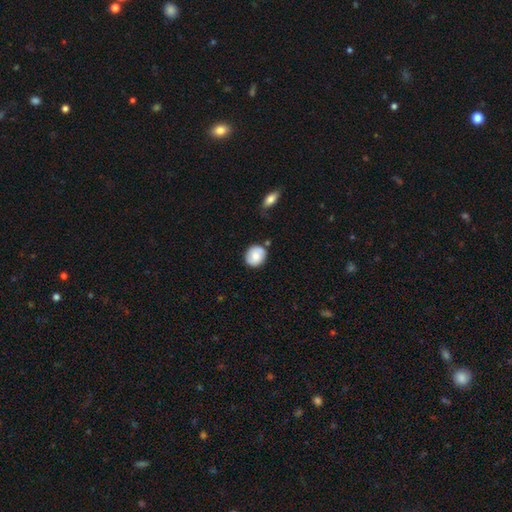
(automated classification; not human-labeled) smooth 67%, featured or disk 25%, star or artifact 8%. Down the decision tree: how rounded — round (79%); merging — none (73%).